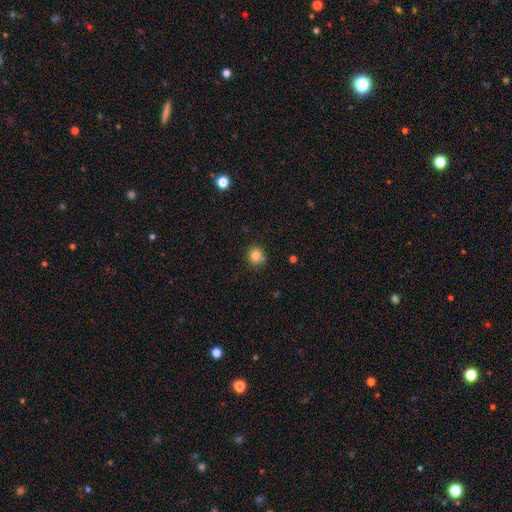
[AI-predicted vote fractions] This appears to be a smooth galaxy with no disk features (81%) that is round (89%). Merging: none (79%).